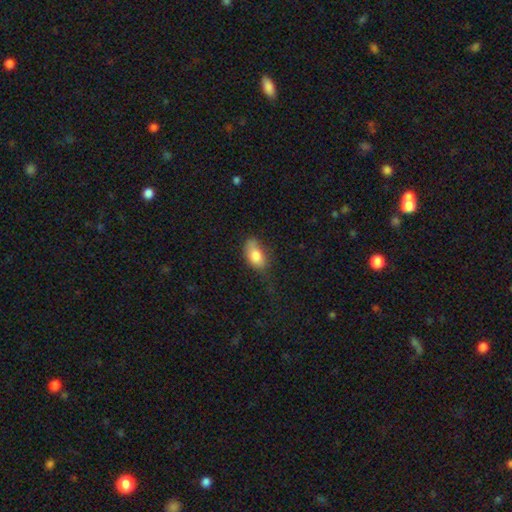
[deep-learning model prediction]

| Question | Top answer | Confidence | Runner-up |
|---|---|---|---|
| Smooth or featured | smooth | 80% | featured or disk (12%) |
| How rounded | in between | 90% | round (6%) |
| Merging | none | 44% | minor disturbance (37%) |